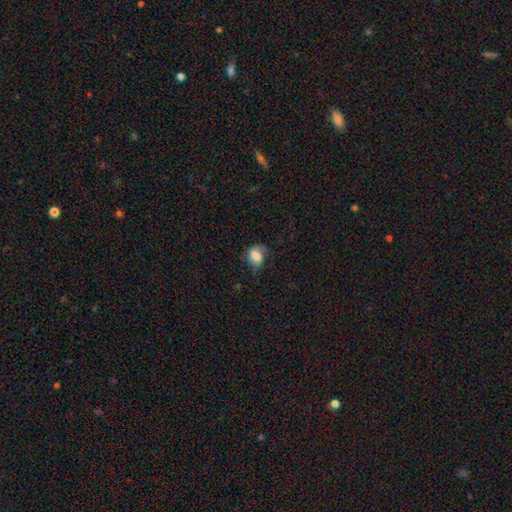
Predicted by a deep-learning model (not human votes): smooth-or-featured: smooth: 75% | featured or disk: 16% | star or artifact: 9%
  how-rounded: in between: 61% | round: 37% | cigar-shaped: 1%
  merging: none: 51% | minor disturbance: 31% | major disturbance: 17% | merger: 2%